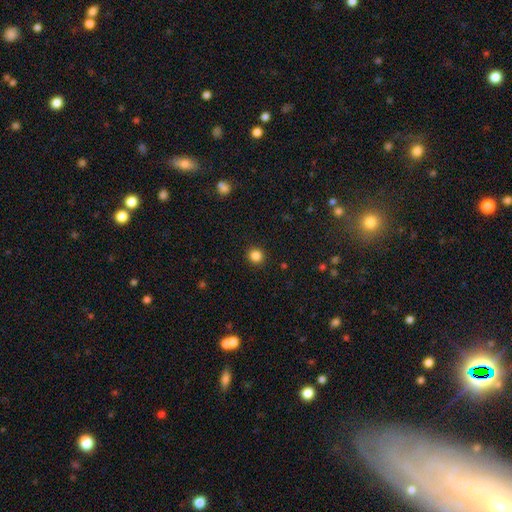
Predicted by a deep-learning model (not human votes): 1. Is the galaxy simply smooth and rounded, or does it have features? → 85% smooth, 12% star or artifact, 3% featured or disk.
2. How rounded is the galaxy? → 92% round, 7% in between, 1% cigar-shaped.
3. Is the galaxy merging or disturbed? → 92% none, 5% minor disturbance, 2% major disturbance, 1% merger.